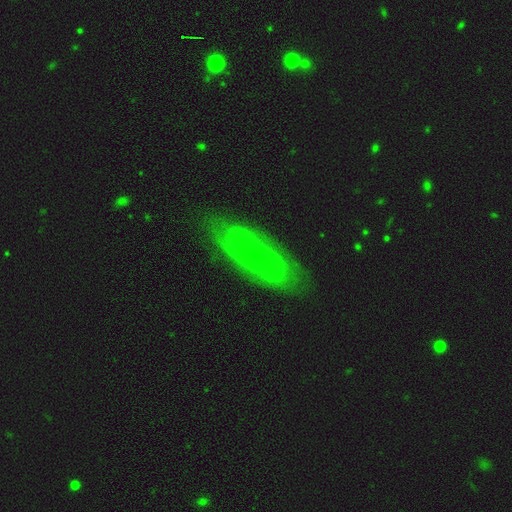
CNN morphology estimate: A featured or disk galaxy (57%).

Vote fractions:
- Smooth or featured? featured or disk: 57% / smooth: 34% / star or artifact: 8%
- Edge-on disk? no: 80% / yes: 20%
- Merging? none: 79% / minor disturbance: 16% / major disturbance: 4% / merger: 1%